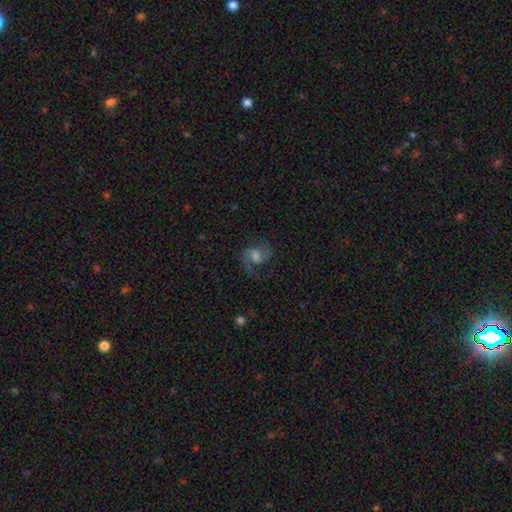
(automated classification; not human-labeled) This is likely a featured or disk galaxy (79%). It is clearly not viewed edge-on (98%). Bar: possibly weak (50%). Spiral arm pattern: clearly yes (96%). Spiral arm count: clearly 2 (89%). Spiral winding: possibly medium (53%). Central bulge: possibly moderate (47%). Merging: likely none (74%).